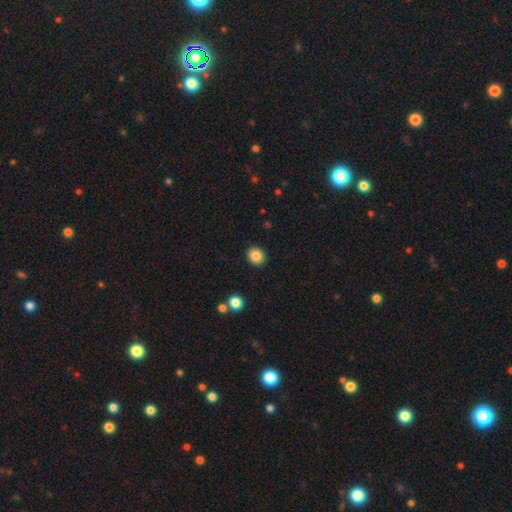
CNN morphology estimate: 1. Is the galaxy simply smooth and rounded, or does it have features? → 86% smooth, 9% star or artifact, 5% featured or disk.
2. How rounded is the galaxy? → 76% round, 23% in between, 1% cigar-shaped.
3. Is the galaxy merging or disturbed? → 91% none, 5% minor disturbance, 2% major disturbance, 1% merger.